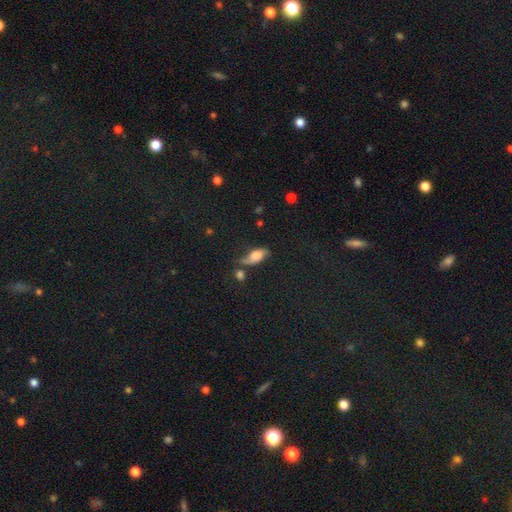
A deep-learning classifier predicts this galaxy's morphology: Smooth or featured?
  - smooth: 61% *
  - featured or disk: 26%
  - star or artifact: 14%
How rounded?
  - in between: 83% *
  - cigar-shaped: 10%
  - round: 6%
Merging?
  - none: 42% *
  - minor disturbance: 29%
  - major disturbance: 16%
  - merger: 13%